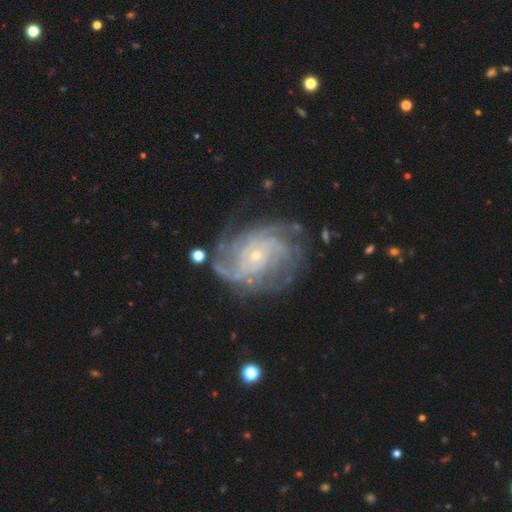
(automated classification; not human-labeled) The model was most divided on "spiral arm count": 4: 26%, can't tell: 20%, more than 4: 18%, 3: 17%, 2: 12%, 1: 8%. More confident: edge-on disk — no (98%); spiral arms — yes (98%); smooth or featured — featured or disk (90%); bulge size — small (84%); bar — no (75%); merging — none (72%); spiral winding — tight (62%).